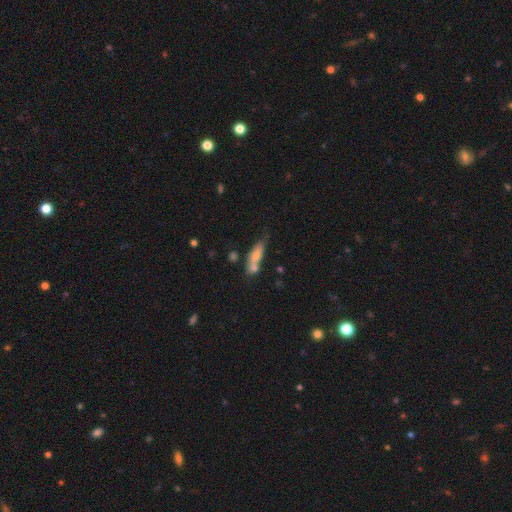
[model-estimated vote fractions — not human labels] Smooth or featured? Predicted: smooth (p=0.63). How rounded? Predicted: cigar-shaped (p=0.57). Merging? Predicted: none (p=0.42).